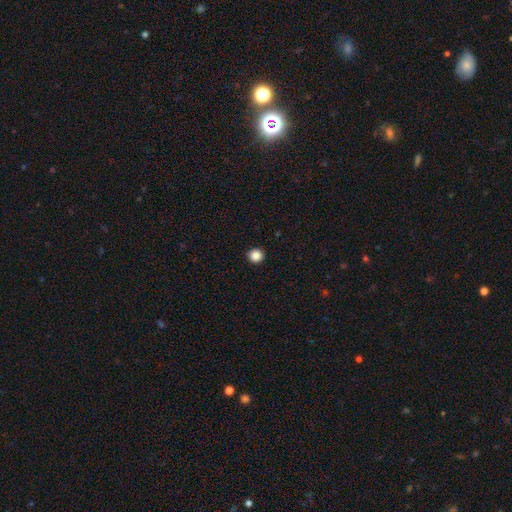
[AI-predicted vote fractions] Morphology: type=smooth (87%); roundness=round (95%); merging=none (93%).